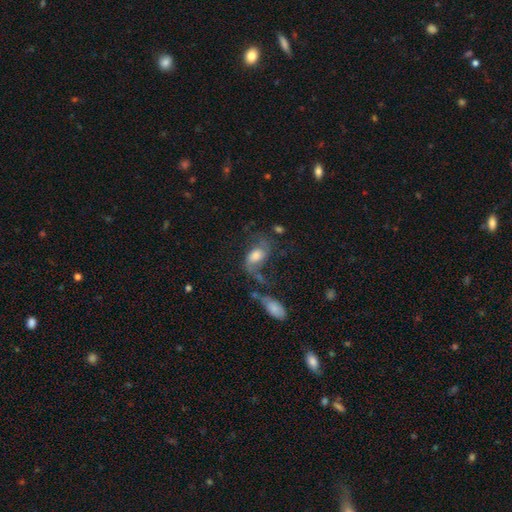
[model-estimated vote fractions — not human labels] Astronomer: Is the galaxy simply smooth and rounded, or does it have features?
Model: featured or disk — 63%.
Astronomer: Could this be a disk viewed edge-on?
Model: no — 95%.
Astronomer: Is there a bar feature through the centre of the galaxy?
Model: no — 50% (runner-up: weak, 39%).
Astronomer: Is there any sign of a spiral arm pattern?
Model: yes — 85%.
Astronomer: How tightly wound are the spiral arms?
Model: loose — 60%.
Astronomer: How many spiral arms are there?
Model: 2 — 81%.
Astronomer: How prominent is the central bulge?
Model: moderate — 43% (runner-up: large, 34%).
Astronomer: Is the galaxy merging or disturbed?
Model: none — 35% (runner-up: major disturbance, 29%).